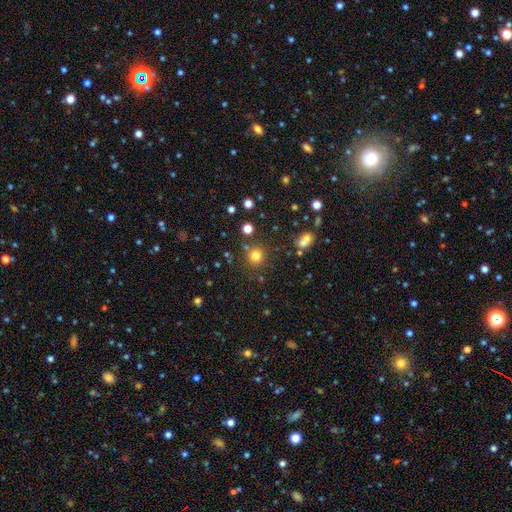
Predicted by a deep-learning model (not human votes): smooth_or_featured: smooth (p=0.77) [alt: star or artifact p=0.16]
how_rounded: round (p=0.91) [alt: in between p=0.08]
merging: none (p=0.82) [alt: minor disturbance p=0.08]